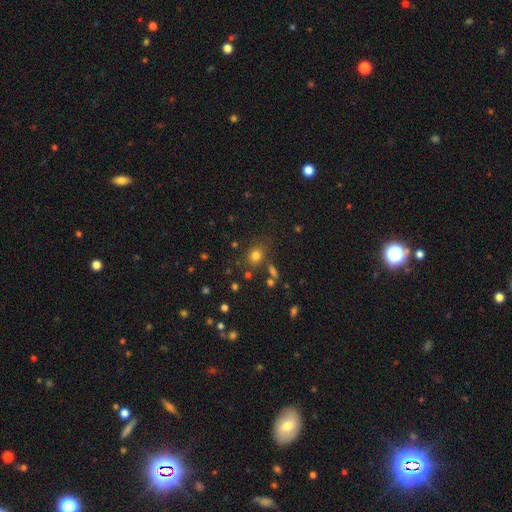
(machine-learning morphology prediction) Smooth or featured?
  - smooth: 75% *
  - star or artifact: 17%
  - featured or disk: 8%
How rounded?
  - round: 71% *
  - in between: 28%
  - cigar-shaped: 1%
Merging?
  - none: 77% *
  - minor disturbance: 11%
  - merger: 7%
  - major disturbance: 5%